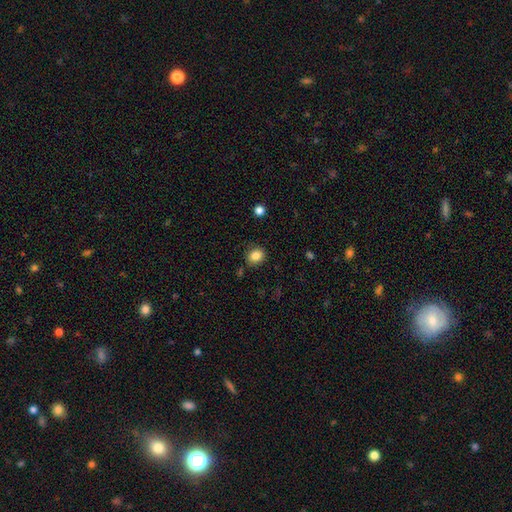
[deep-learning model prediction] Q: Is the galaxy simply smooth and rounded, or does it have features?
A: smooth — 85%.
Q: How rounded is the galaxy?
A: round — 61%.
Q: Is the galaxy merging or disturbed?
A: none — 82%.